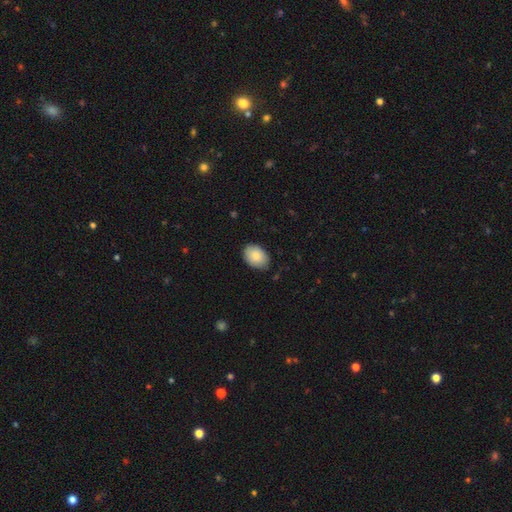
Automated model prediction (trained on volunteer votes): A smooth galaxy with no disk features (84%) that is in between round and cigar-shaped (81%). Merging: none (81%).